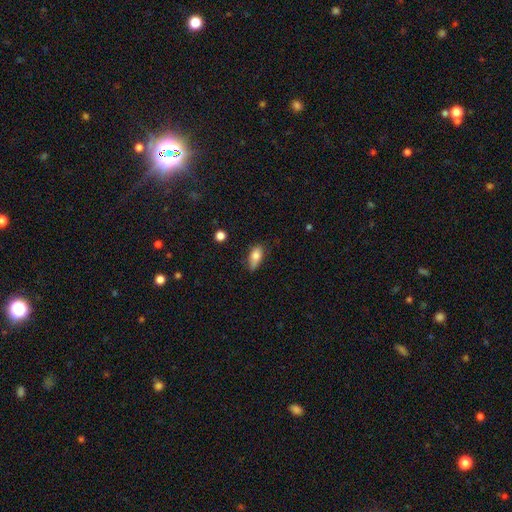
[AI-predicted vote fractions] smooth-or-featured: smooth: 76% | featured or disk: 17% | star or artifact: 8%
  how-rounded: in between: 84% | cigar-shaped: 11% | round: 5%
  merging: none: 58% | minor disturbance: 32% | major disturbance: 7% | merger: 2%